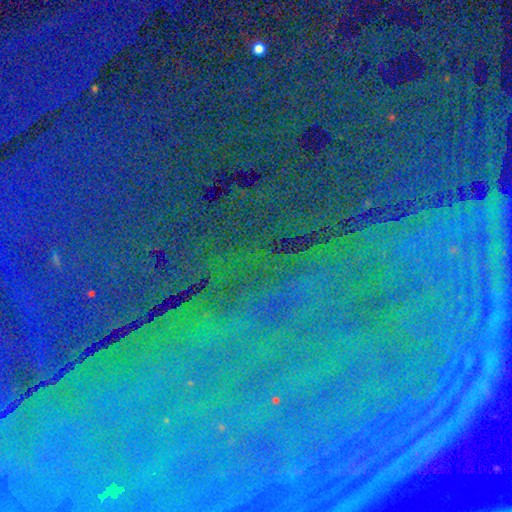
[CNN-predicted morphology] This is clearly a star or artifact rather than a galaxy (85%).